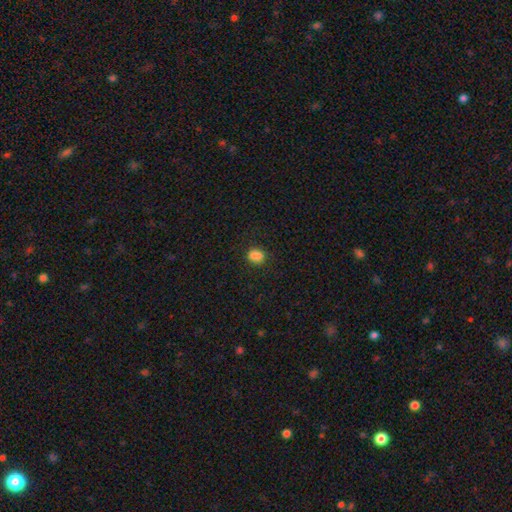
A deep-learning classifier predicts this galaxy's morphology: Smooth or featured?
  - smooth: 81% *
  - star or artifact: 13%
  - featured or disk: 6%
How rounded?
  - in between: 52% *
  - round: 46%
  - cigar-shaped: 2%
Merging?
  - none: 67% *
  - minor disturbance: 17%
  - merger: 11%
  - major disturbance: 5%